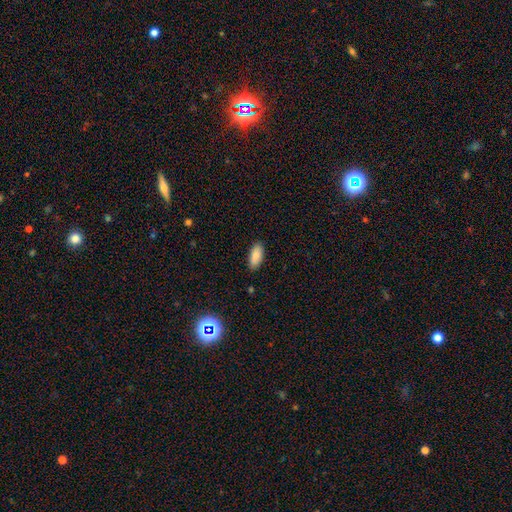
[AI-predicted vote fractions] Smooth or featured?
  - smooth: 85% *
  - featured or disk: 8%
  - star or artifact: 7%
How rounded?
  - in between: 85% *
  - cigar-shaped: 13%
  - round: 2%
Merging?
  - none: 87% *
  - minor disturbance: 10%
  - major disturbance: 2%
  - merger: 1%